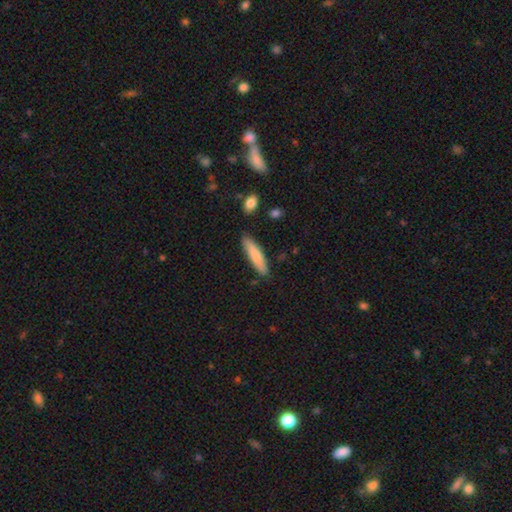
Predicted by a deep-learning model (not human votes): Q: Smooth or featured?
A: smooth (79%); runner-up: featured or disk (16%)
Q: How rounded?
A: cigar-shaped (78%); runner-up: in between (21%)
Q: Merging?
A: none (83%); runner-up: minor disturbance (12%)